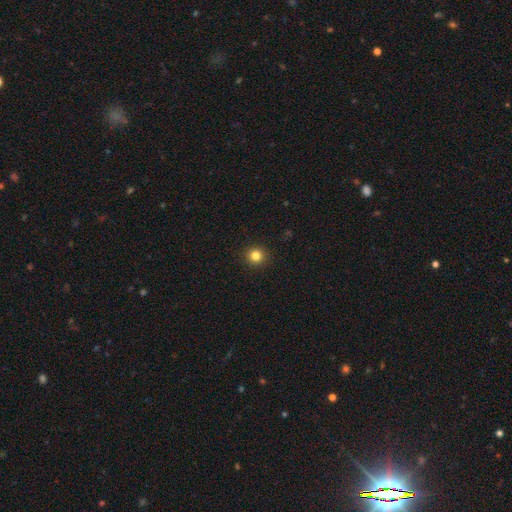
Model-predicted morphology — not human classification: Q: Smooth or featured?
A: smooth (82%); runner-up: star or artifact (13%)
Q: How rounded?
A: round (94%); runner-up: in between (5%)
Q: Merging?
A: none (93%); runner-up: minor disturbance (4%)